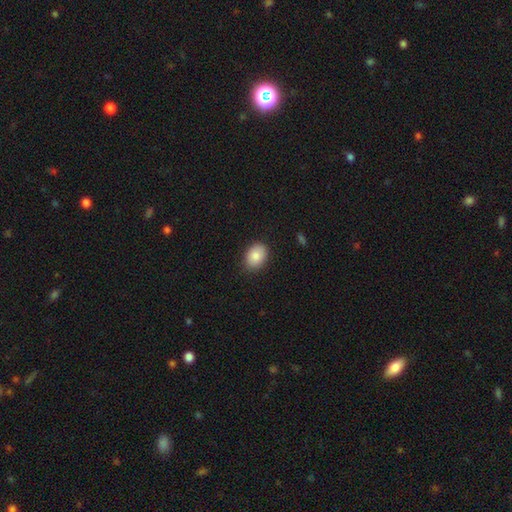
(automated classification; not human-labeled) Overall: smooth (86%). How rounded: in between (72%). Merging: none (86%).